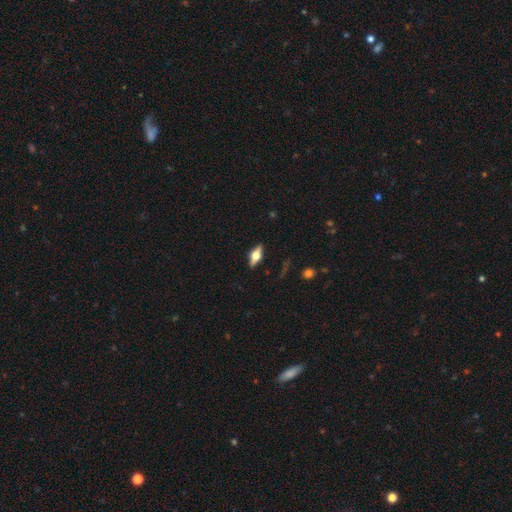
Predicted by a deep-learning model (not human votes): This appears to be a featured or disk galaxy (62%) viewed edge-on (94%) with a rounded central bulge (94%). Merging: none (87%).